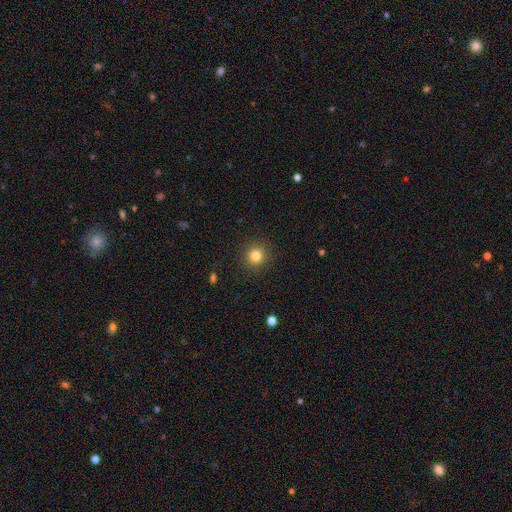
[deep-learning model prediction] The model was most divided on "smooth or featured": smooth: 82%, star or artifact: 12%, featured or disk: 6%. More confident: how rounded — round (92%); merging — none (91%).